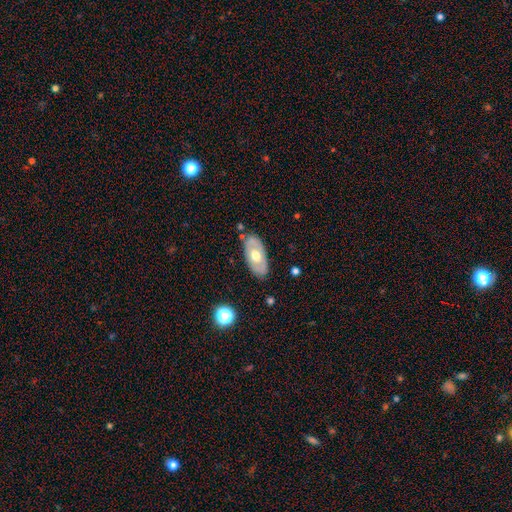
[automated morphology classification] Q: Smooth or featured?
A: featured or disk (49%); runner-up: smooth (46%)
Q: Merging?
A: none (80%); runner-up: minor disturbance (14%)